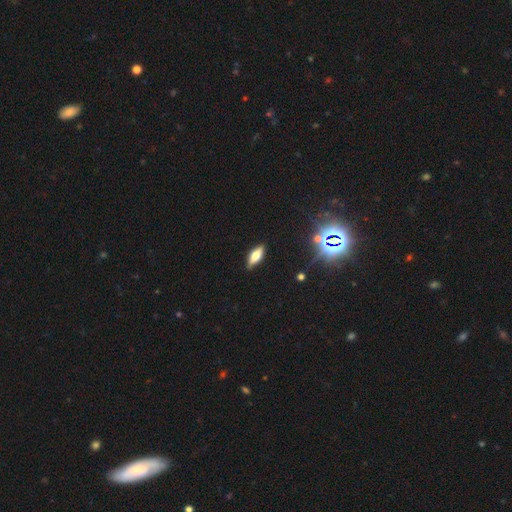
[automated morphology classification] Overall: smooth (54%; featured or disk 34%). How rounded: in between (67%; cigar-shaped 30%). Merging: none (87%).